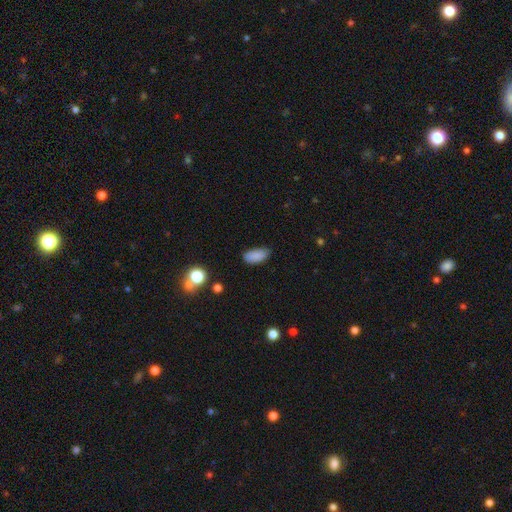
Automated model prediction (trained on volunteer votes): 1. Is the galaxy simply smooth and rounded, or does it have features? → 86% smooth, 9% star or artifact, 5% featured or disk.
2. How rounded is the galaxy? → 91% in between, 6% cigar-shaped, 3% round.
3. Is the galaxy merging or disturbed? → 73% none, 21% minor disturbance, 4% major disturbance, 2% merger.